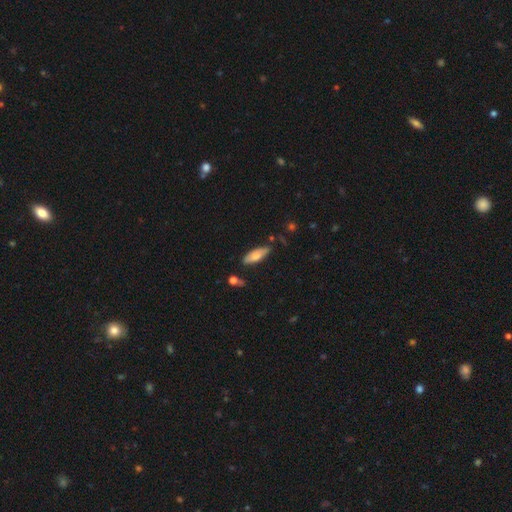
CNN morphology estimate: This appears to be a smooth galaxy with no disk features (73%) that is in between round and cigar-shaped (67%). Merging: none (72%).